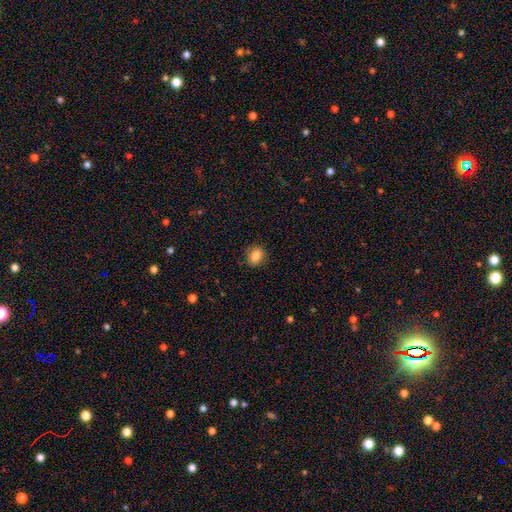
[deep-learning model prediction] This is clearly a smooth galaxy (86%). How rounded: likely in between (68%). Merging: clearly none (84%).